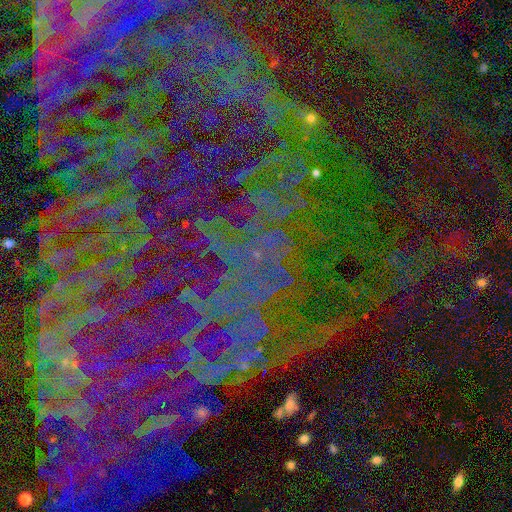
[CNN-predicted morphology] A star or artifact, not a galaxy (84%).